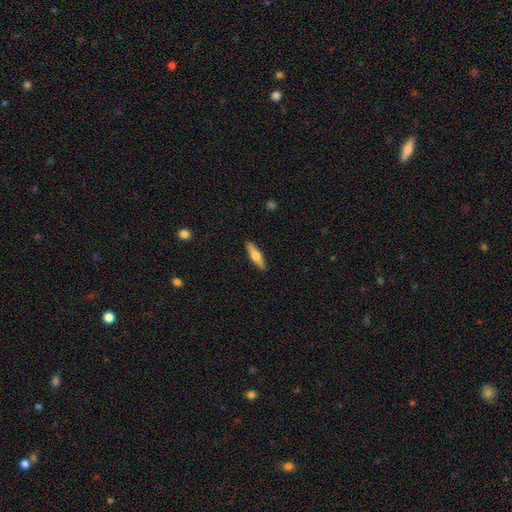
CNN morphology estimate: The model was most divided on "smooth or featured": smooth: 57%, featured or disk: 37%, star or artifact: 6%. More confident: merging — none (90%); how rounded — cigar-shaped (71%).